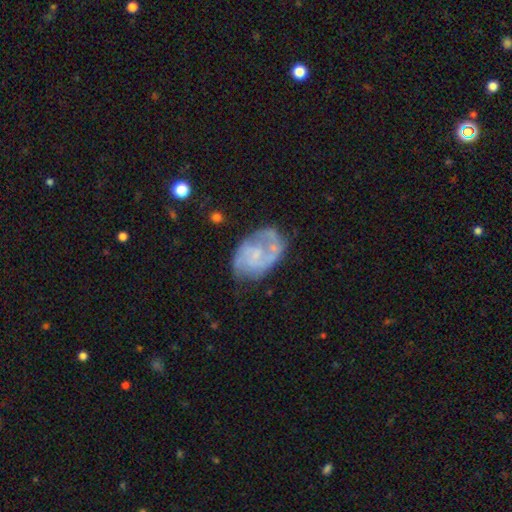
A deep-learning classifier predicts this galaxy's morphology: Q: Smooth or featured?
A: featured or disk (72%); runner-up: smooth (21%)
Q: Edge-on disk?
A: no (98%); runner-up: yes (2%)
Q: Bar?
A: no (66%); runner-up: weak (30%)
Q: Spiral arms?
A: yes (79%); runner-up: no (21%)
Q: Spiral winding?
A: medium (43%); runner-up: tight (35%)
Q: Spiral arm count?
A: 2 (51%); runner-up: can't tell (26%)
Q: Bulge size?
A: none (42%); runner-up: small (40%)
Q: Merging?
A: none (55%); runner-up: minor disturbance (26%)